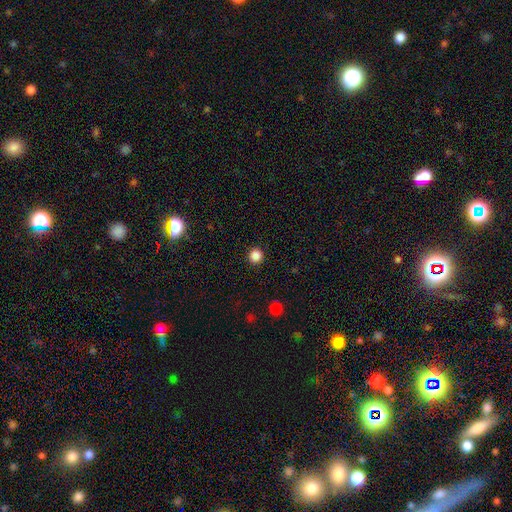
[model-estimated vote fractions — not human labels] A smooth galaxy with no disk features (86%) that is round (95%).

Vote fractions:
- Smooth or featured? smooth: 86% / star or artifact: 11% / featured or disk: 3%
- How rounded? round: 95% / in between: 4% / cigar-shaped: 1%
- Merging? none: 93% / minor disturbance: 5% / major disturbance: 2% / merger: 1%